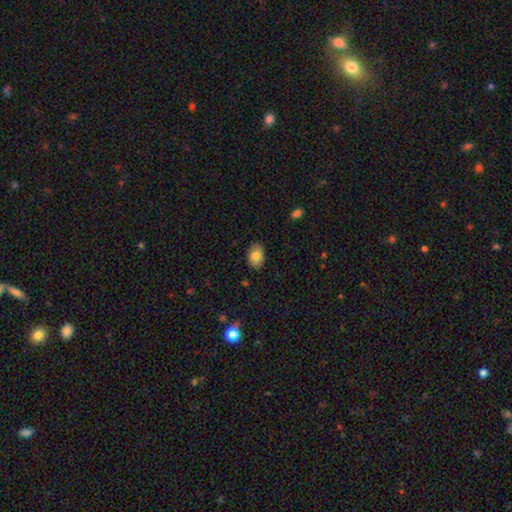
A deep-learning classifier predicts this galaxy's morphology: Smooth or featured?
  - smooth: 82% *
  - featured or disk: 10%
  - star or artifact: 8%
How rounded?
  - in between: 87% *
  - round: 12%
  - cigar-shaped: 1%
Merging?
  - none: 83% *
  - minor disturbance: 13%
  - major disturbance: 2%
  - merger: 1%